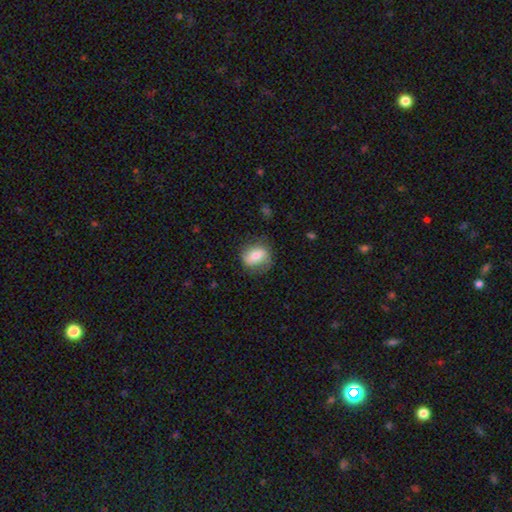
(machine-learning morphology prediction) smooth 60%, featured or disk 33%, star or artifact 7%. Down the decision tree: how rounded — in between (52%); merging — none (69%).